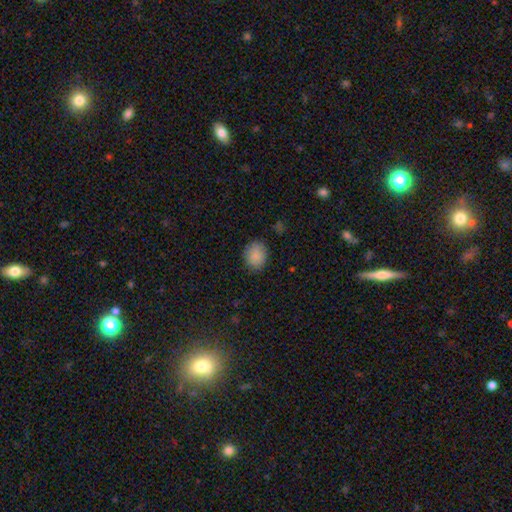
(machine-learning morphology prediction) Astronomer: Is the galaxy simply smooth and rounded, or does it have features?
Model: smooth — 87%.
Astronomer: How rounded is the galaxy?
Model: round — 60% (runner-up: in between, 39%).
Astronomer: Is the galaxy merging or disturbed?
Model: none — 85%.